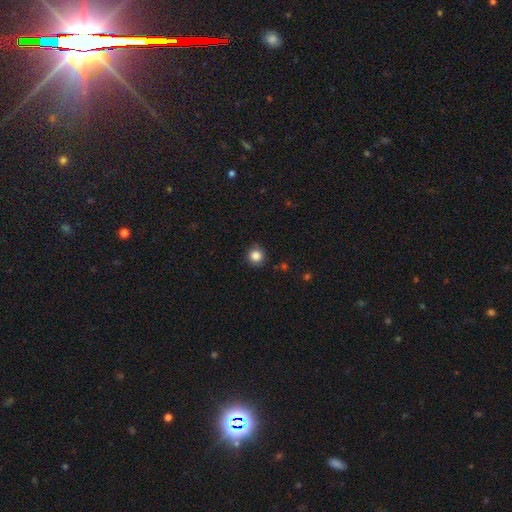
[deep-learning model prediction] Morphology: type=smooth (86%); roundness=round (91%); merging=none (87%).